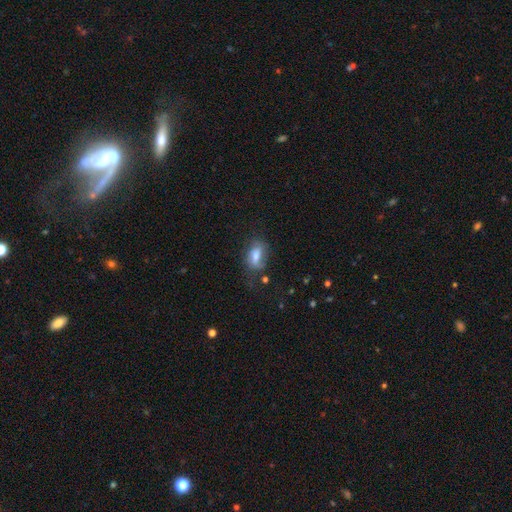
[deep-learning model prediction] Smooth or featured: smooth — 63% (featured or disk — 27%)
How rounded: in between — 85% (round — 10%)
Merging: none — 50% (minor disturbance — 28%)